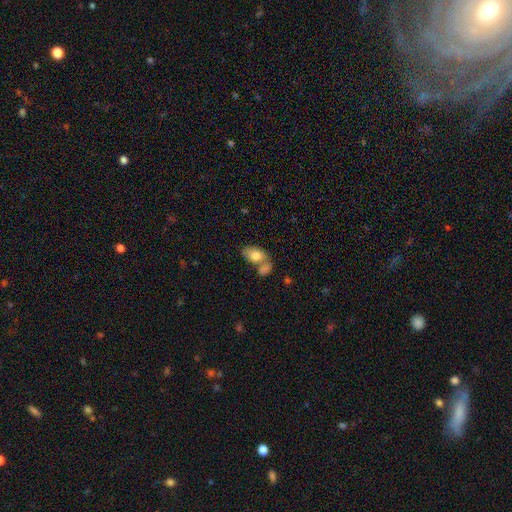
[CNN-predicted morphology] The model was most divided on "merging": merger: 42%, none: 37%, minor disturbance: 14%, major disturbance: 7%. More confident: how rounded — in between (89%); smooth or featured — smooth (76%).